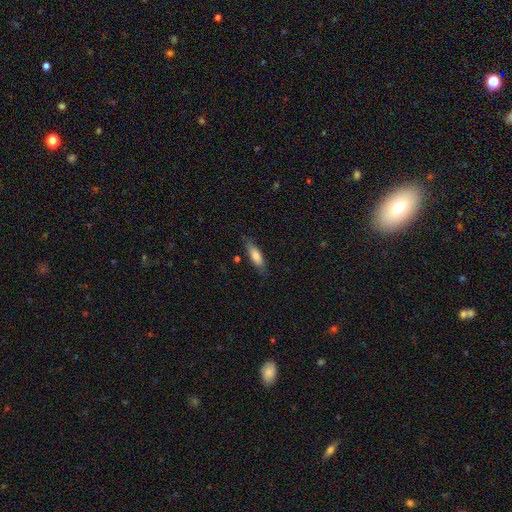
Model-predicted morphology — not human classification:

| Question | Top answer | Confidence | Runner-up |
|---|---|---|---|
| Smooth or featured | smooth | 75% | featured or disk (19%) |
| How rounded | cigar-shaped | 52% | in between (46%) |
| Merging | none | 80% | minor disturbance (15%) |